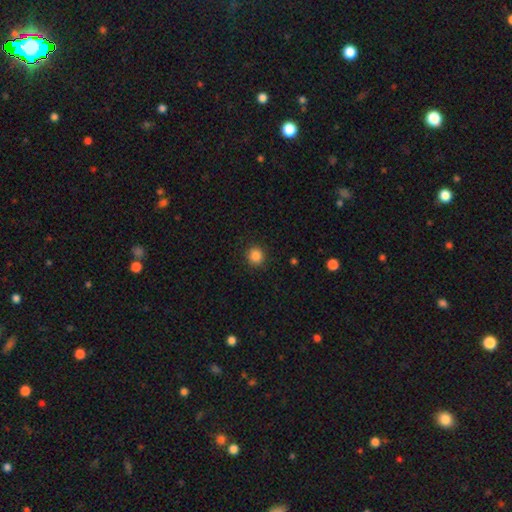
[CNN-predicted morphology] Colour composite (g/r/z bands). It shows a smooth galaxy with no disk features (86%) that is round (89%). Merging: none (91%).